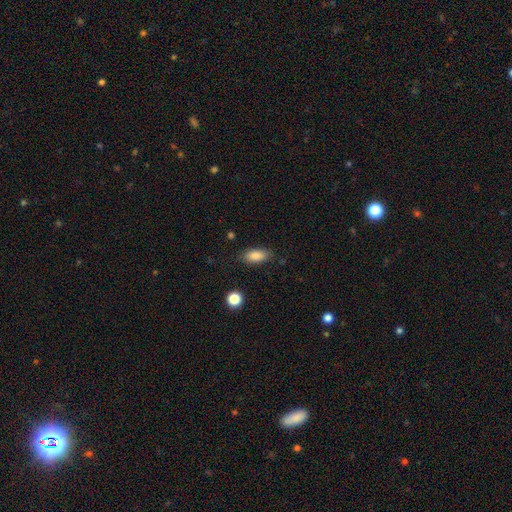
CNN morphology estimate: Smooth or featured?
  - smooth: 86% *
  - star or artifact: 8%
  - featured or disk: 6%
How rounded?
  - in between: 86% *
  - cigar-shaped: 10%
  - round: 4%
Merging?
  - none: 82% *
  - minor disturbance: 13%
  - major disturbance: 3%
  - merger: 2%